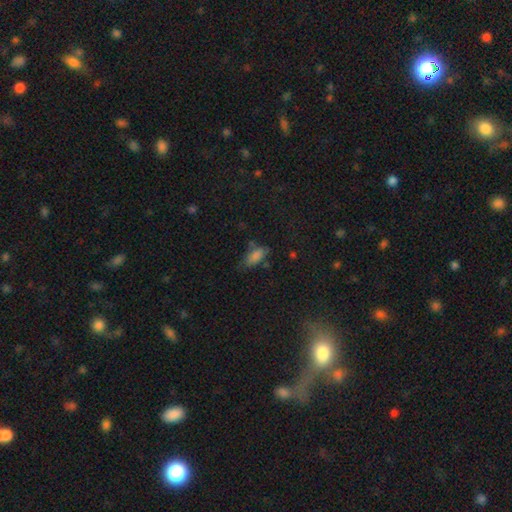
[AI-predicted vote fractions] The model was most divided on "merging": none: 54%, minor disturbance: 28%, major disturbance: 11%, merger: 7%. More confident: how rounded — in between (81%); smooth or featured — smooth (79%).